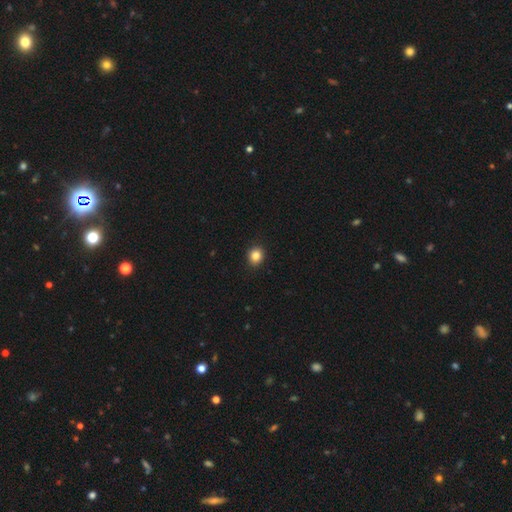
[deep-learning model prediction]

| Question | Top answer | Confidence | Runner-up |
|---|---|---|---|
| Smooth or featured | smooth | 84% | star or artifact (11%) |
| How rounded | round | 79% | in between (21%) |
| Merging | none | 92% | minor disturbance (6%) |